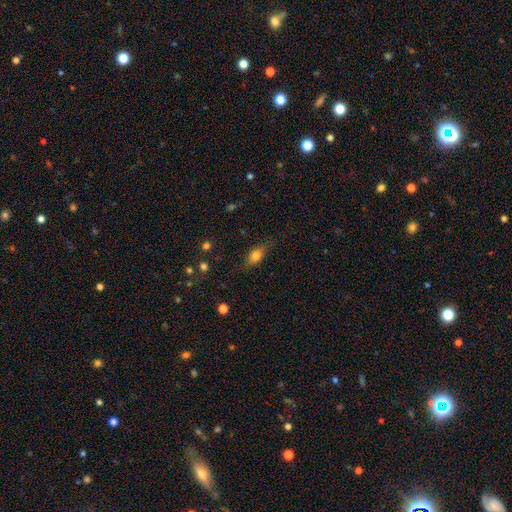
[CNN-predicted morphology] The model was most divided on "smooth or featured": smooth: 72%, featured or disk: 18%, star or artifact: 9%. More confident: merging — none (75%); how rounded — in between (74%).